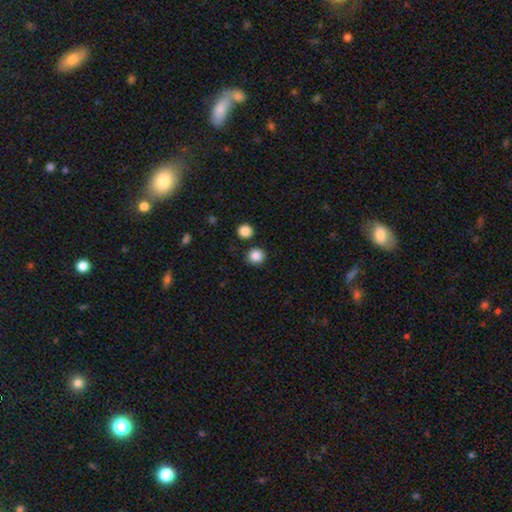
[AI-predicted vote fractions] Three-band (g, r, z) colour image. It shows a smooth galaxy with no disk features (87%) that is round (92%). Merging: none (85%).